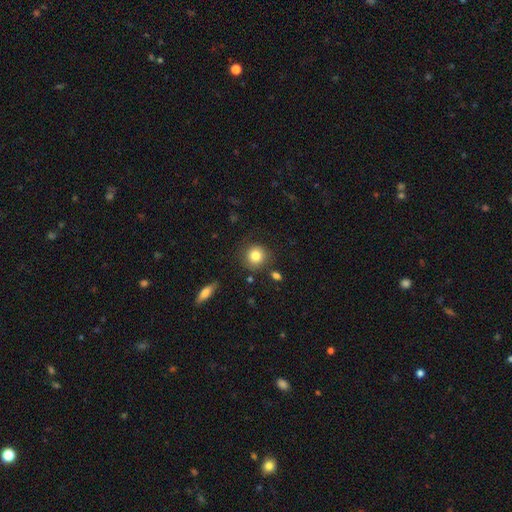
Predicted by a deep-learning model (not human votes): Morphology: type=smooth (81%); roundness=round (91%); merging=none (82%).